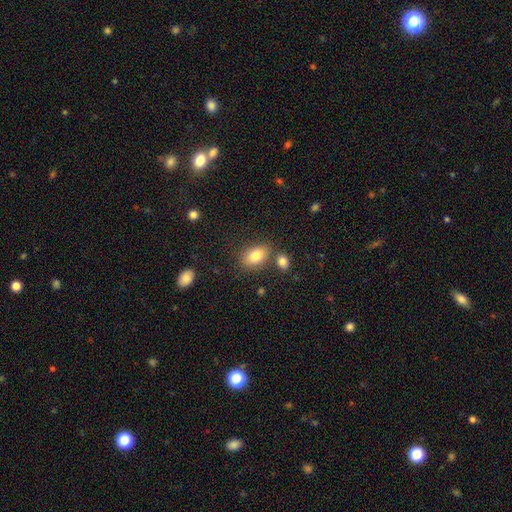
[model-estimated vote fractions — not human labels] smooth-or-featured: smooth: 81% | featured or disk: 11% | star or artifact: 8%
  how-rounded: in between: 86% | round: 12% | cigar-shaped: 2%
  merging: none: 74% | merger: 12% | minor disturbance: 11% | major disturbance: 3%